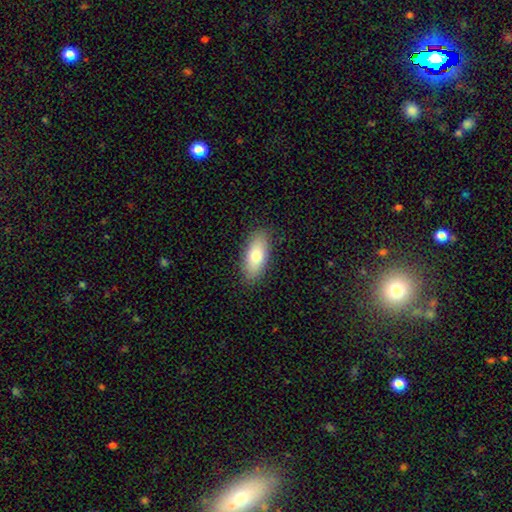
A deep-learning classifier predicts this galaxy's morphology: A smooth galaxy with no disk features (79%) that is in between round and cigar-shaped (81%). Merging: none (88%).